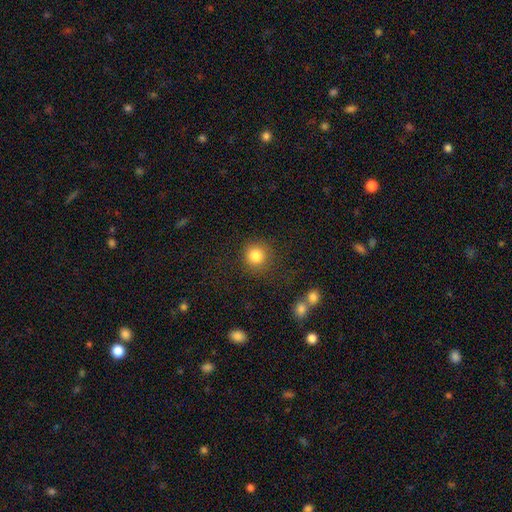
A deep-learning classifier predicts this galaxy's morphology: Smooth or featured: smooth — 84% (star or artifact — 10%)
How rounded: round — 92% (in between — 7%)
Merging: none — 83% (minor disturbance — 10%)